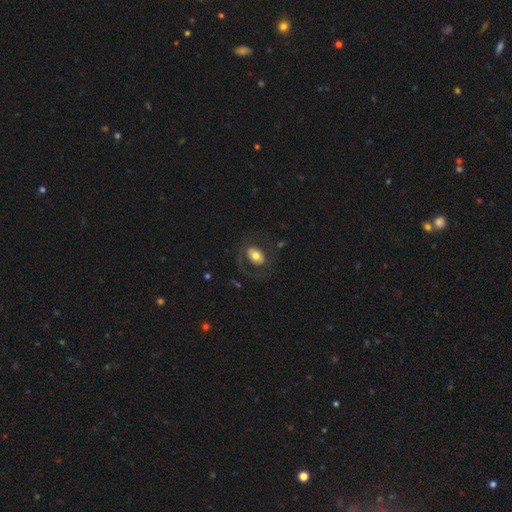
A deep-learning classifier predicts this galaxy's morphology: A smooth galaxy with no disk features (64%) that is in between round and cigar-shaped (74%). Merging: none (72%).